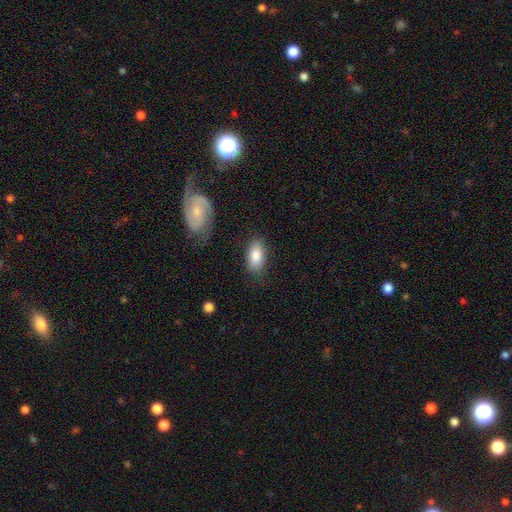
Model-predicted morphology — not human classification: Smooth or featured? Predicted: smooth (p=0.84). How rounded? Predicted: in between (p=0.91). Merging? Predicted: none (p=0.80).